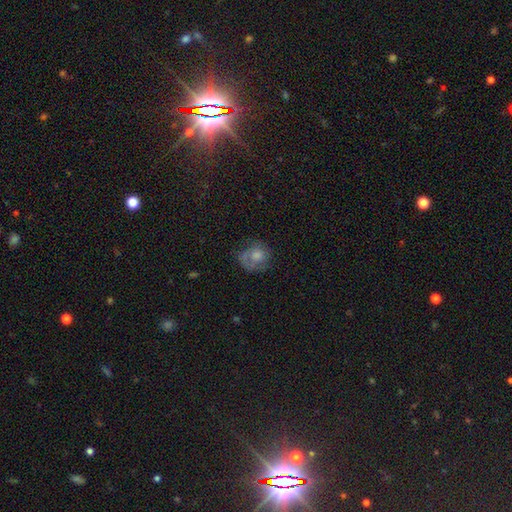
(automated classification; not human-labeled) This appears to be a smooth galaxy with no disk features (52%) that is round (75%). Merging: none (52%).